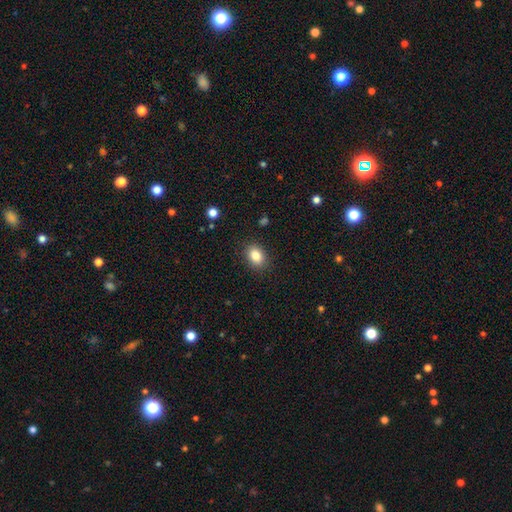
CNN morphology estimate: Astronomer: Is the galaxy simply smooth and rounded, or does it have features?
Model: smooth — 86%.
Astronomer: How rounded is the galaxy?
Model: in between — 75%.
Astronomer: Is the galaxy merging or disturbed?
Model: none — 87%.